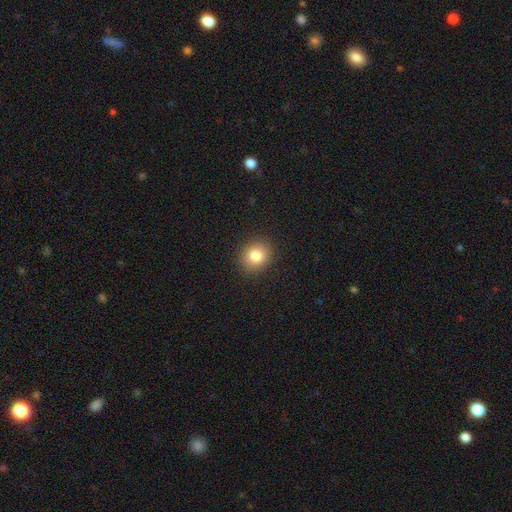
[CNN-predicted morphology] The model was most divided on "how rounded": round: 78%, in between: 21%, cigar-shaped: 1%. More confident: merging — none (91%); smooth or featured — smooth (82%).